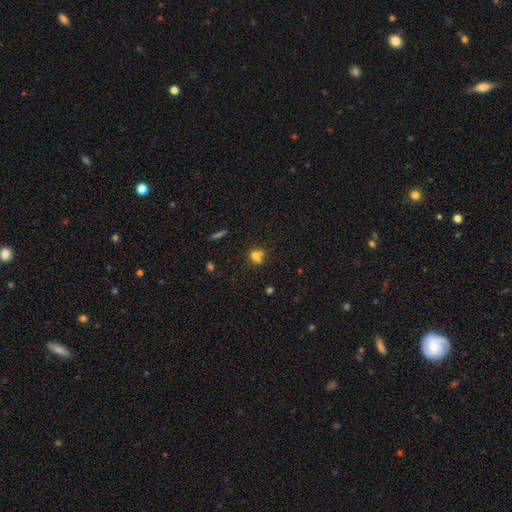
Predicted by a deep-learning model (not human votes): Overall: smooth (63%). How rounded: round (78%). Merging: merger (46%; none 41%).